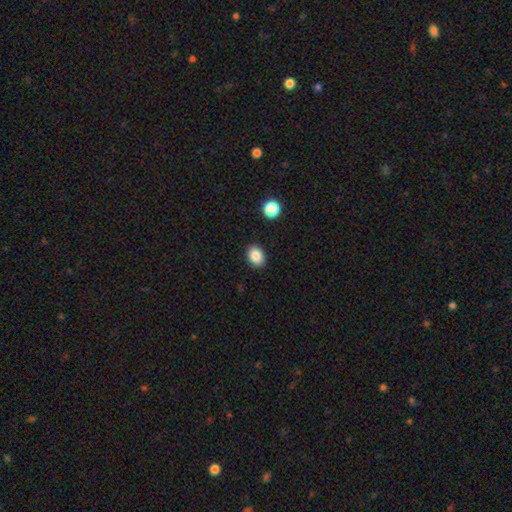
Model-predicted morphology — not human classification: Q: Smooth or featured?
A: smooth (86%); runner-up: star or artifact (9%)
Q: How rounded?
A: in between (63%); runner-up: round (36%)
Q: Merging?
A: none (89%); runner-up: minor disturbance (7%)